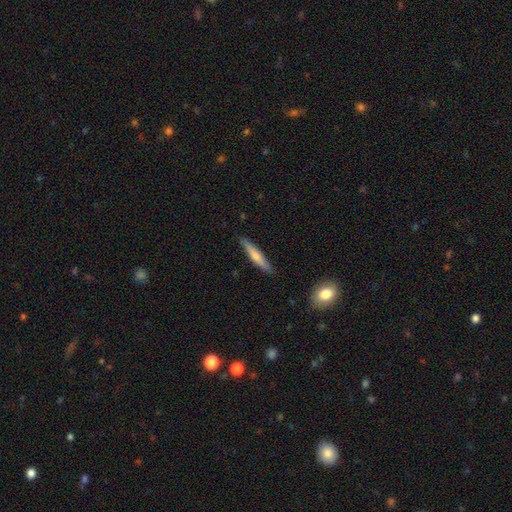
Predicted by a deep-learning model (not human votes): A smooth galaxy with no disk features (62%) that is cigar-shaped (91%). Merging: none (88%).